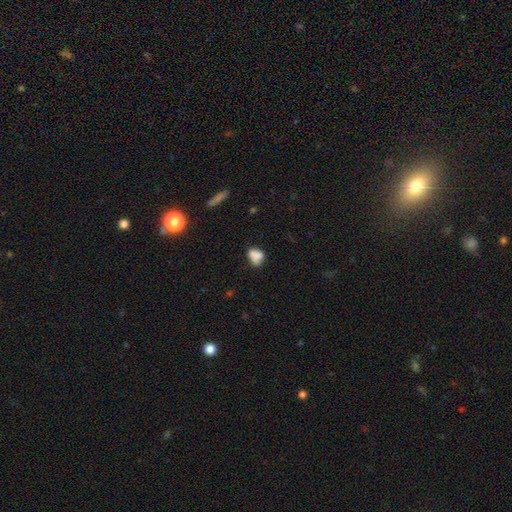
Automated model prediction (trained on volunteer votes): smooth-or-featured: smooth: 77% | featured or disk: 13% | star or artifact: 10%
  how-rounded: in between: 69% | round: 30% | cigar-shaped: 2%
  merging: none: 46% | minor disturbance: 29% | merger: 15% | major disturbance: 10%